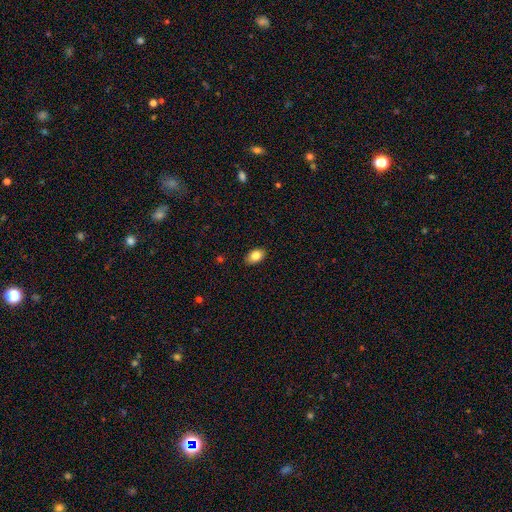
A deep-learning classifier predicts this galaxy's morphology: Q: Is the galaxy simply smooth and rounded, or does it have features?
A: smooth — 82%.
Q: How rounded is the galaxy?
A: in between — 87%.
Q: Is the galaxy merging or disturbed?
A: none — 87%.